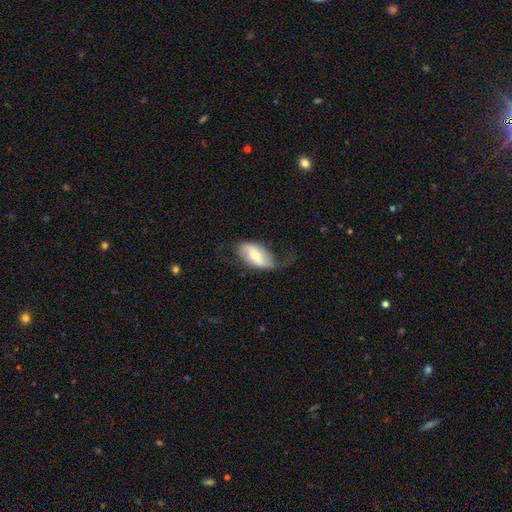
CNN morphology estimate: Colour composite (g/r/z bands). It shows a featured or disk galaxy (57%) with a strong bar (34%), spiral arms (75%) and a moderate central bulge (58%). Merging: none (53%).